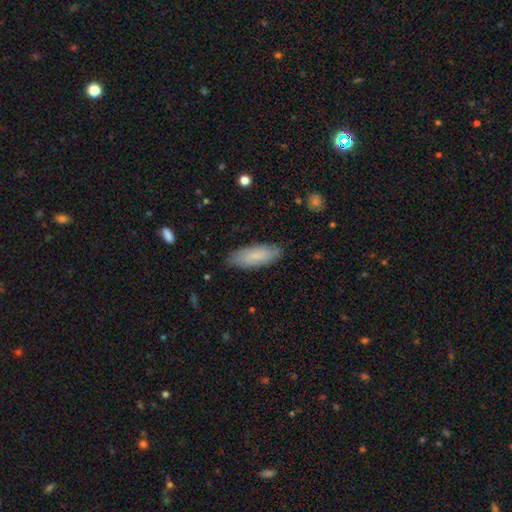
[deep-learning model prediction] Overall: smooth (79%). How rounded: in between (66%; cigar-shaped 32%). Merging: none (85%).